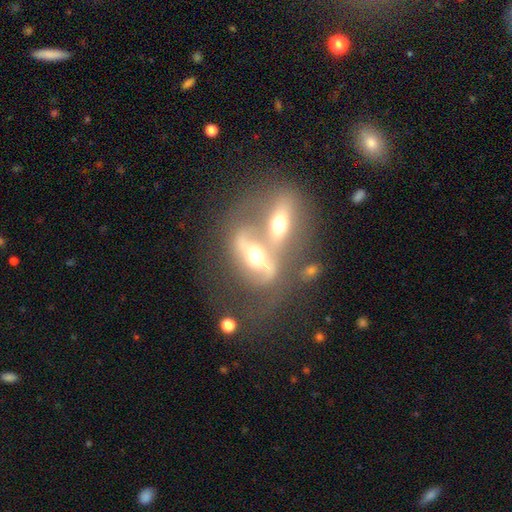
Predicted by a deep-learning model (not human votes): Smooth or featured? featured or disk (70%)
Edge-on disk? no (73%)
Bar? strong (41%)
Spiral arms? yes (56%)
Bulge size? moderate (72%)
Merging? merger (61%)